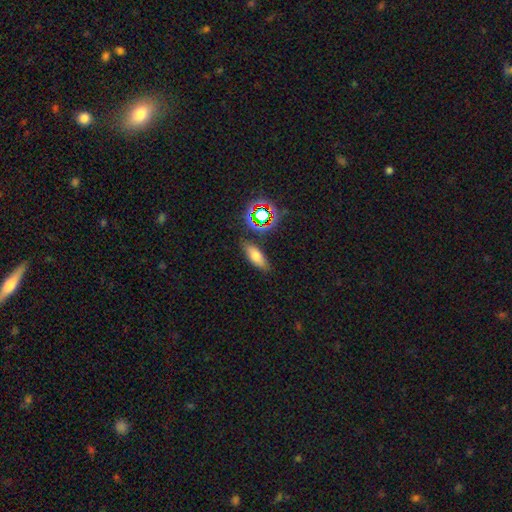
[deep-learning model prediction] This is likely a smooth galaxy (70%). How rounded: likely in between (72%). Merging: clearly none (80%).